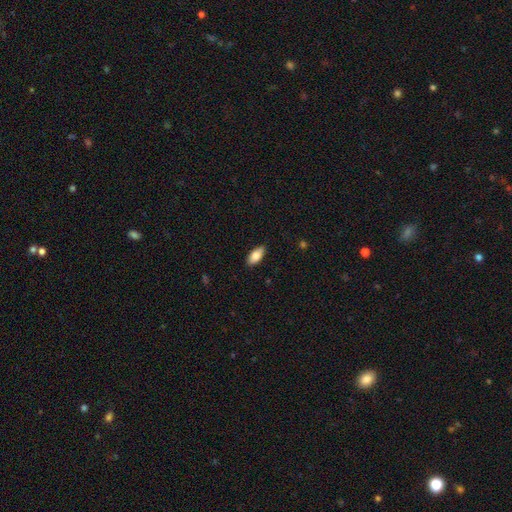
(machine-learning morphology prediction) smooth-or-featured: smooth: 81% | featured or disk: 12% | star or artifact: 6%
  how-rounded: in between: 89% | cigar-shaped: 9% | round: 2%
  merging: none: 86% | minor disturbance: 11% | major disturbance: 2% | merger: 1%